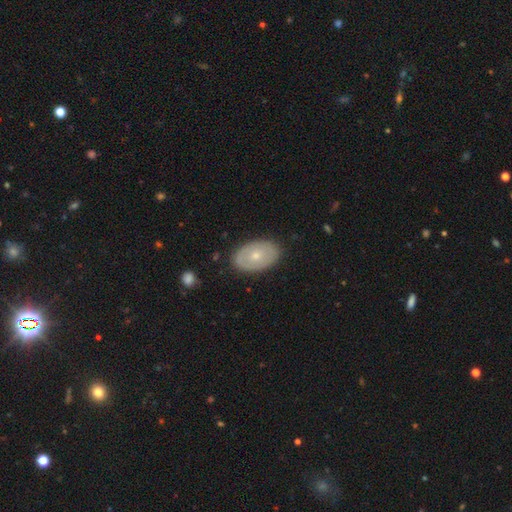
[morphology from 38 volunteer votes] Smooth or featured?
  - featured or disk: 58% *
  - smooth: 39%
  - star or artifact: 3%
Edge-on disk?
  - no: 82% *
  - yes: 18%
Bar?
  - no: 89% *
  - weak: 11%
  - strong: 0%
Spiral arms?
  - no: 89% *
  - yes: 11%
Bulge size?
  - small: 61% *
  - moderate: 33%
  - none: 6%
  - dominant: 0%
  - large: 0%
Merging?
  - none: 84% *
  - minor disturbance: 14%
  - major disturbance: 3%
  - merger: 0%